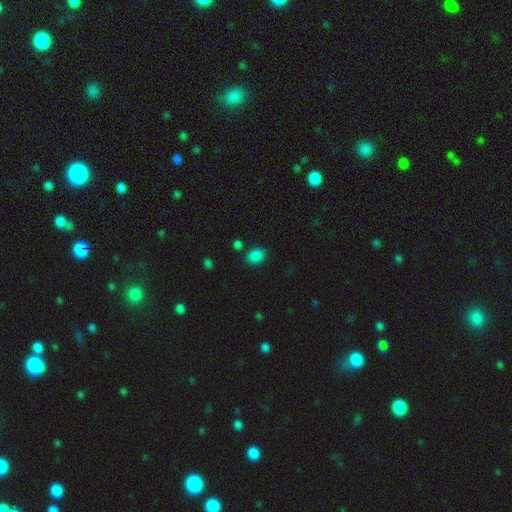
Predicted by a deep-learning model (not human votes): A smooth galaxy with no disk features (85%) that is in between round and cigar-shaped (68%). Merging: none (81%).